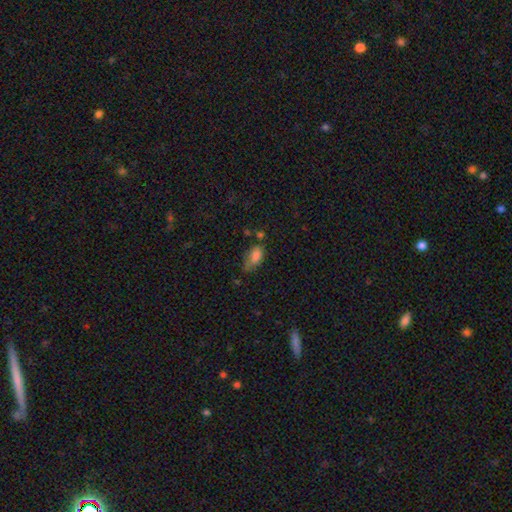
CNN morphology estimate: A smooth galaxy with no disk features (79%) that is in between round and cigar-shaped (87%).

Vote fractions:
- Smooth or featured? smooth: 79% / featured or disk: 11% / star or artifact: 9%
- How rounded? in between: 87% / cigar-shaped: 8% / round: 5%
- Merging? none: 41% / minor disturbance: 36% / major disturbance: 14% / merger: 8%